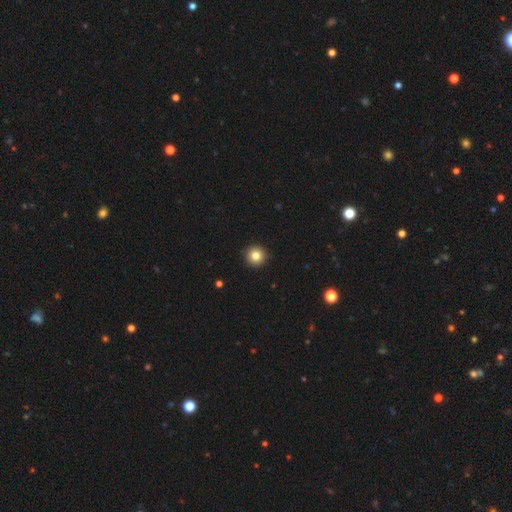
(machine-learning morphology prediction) Q: Smooth or featured?
A: smooth (82%); runner-up: star or artifact (10%)
Q: How rounded?
A: round (96%); runner-up: in between (3%)
Q: Merging?
A: none (93%); runner-up: minor disturbance (5%)